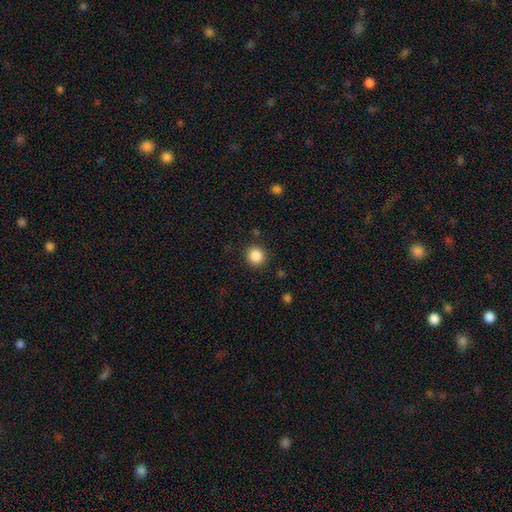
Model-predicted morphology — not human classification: This is clearly a smooth galaxy (86%). How rounded: clearly round (90%). Merging: clearly none (89%).